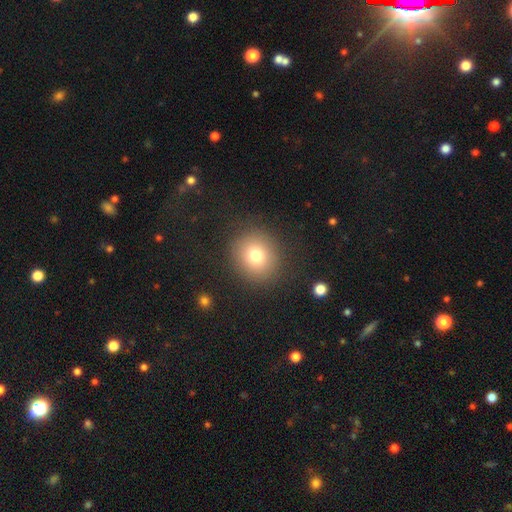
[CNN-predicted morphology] Smooth or featured: smooth — 77% (star or artifact — 13%)
How rounded: round — 86% (in between — 13%)
Merging: none — 87% (minor disturbance — 7%)